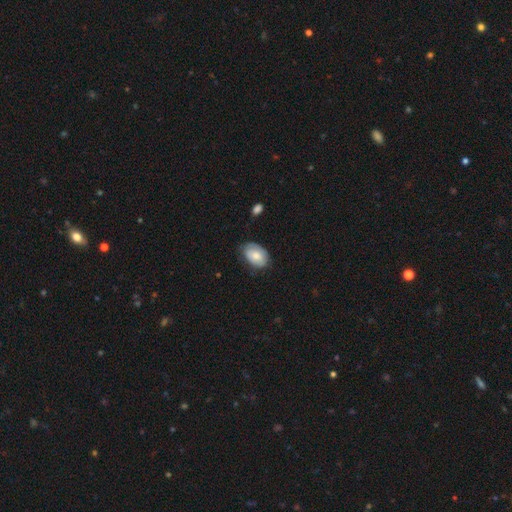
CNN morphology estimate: This appears to be a smooth galaxy with no disk features (69%) that is in between round and cigar-shaped (87%). Merging: none (68%).